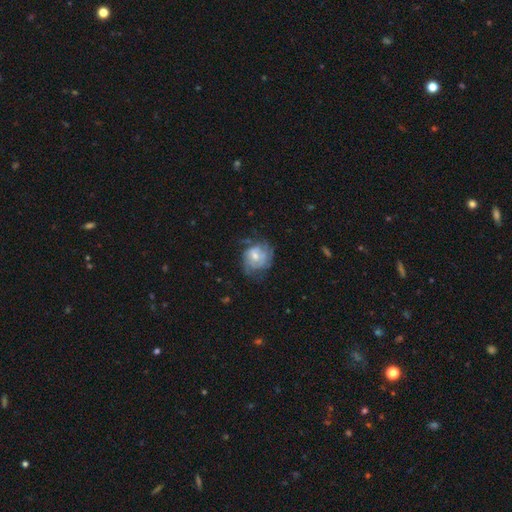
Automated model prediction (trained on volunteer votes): The model was most divided on "bulge size": moderate: 54%, small: 37%, large: 5%, none: 3%, dominant: 1%. More confident: edge-on disk — no (97%); spiral arms — yes (74%); smooth or featured — featured or disk (63%); bar — no (61%); merging — none (53%).